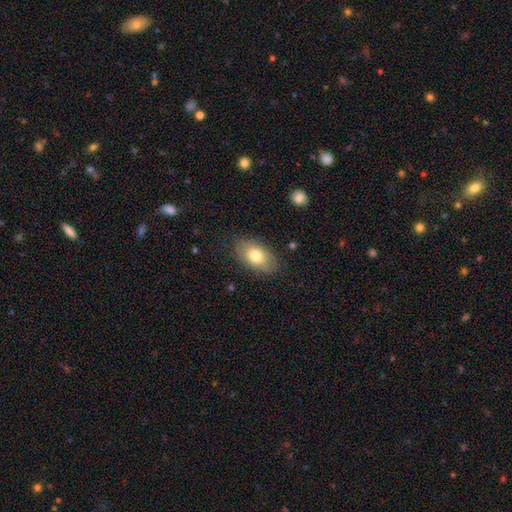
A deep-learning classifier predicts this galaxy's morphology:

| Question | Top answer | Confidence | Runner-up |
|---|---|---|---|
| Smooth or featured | smooth | 76% | featured or disk (17%) |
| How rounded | in between | 90% | round (8%) |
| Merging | none | 81% | minor disturbance (14%) |